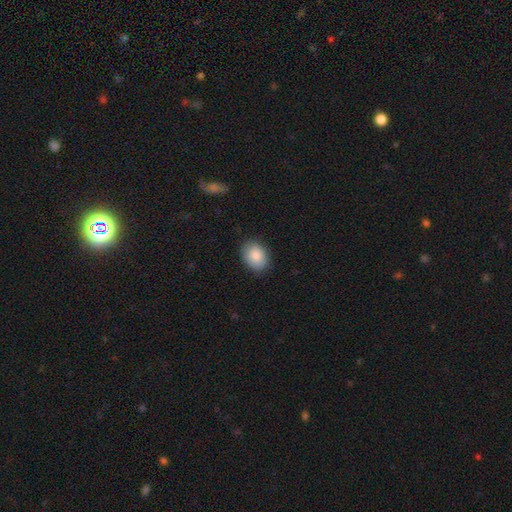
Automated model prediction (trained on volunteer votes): Smooth or featured: smooth — 86% (star or artifact — 7%)
How rounded: in between — 68% (round — 31%)
Merging: none — 85% (minor disturbance — 12%)